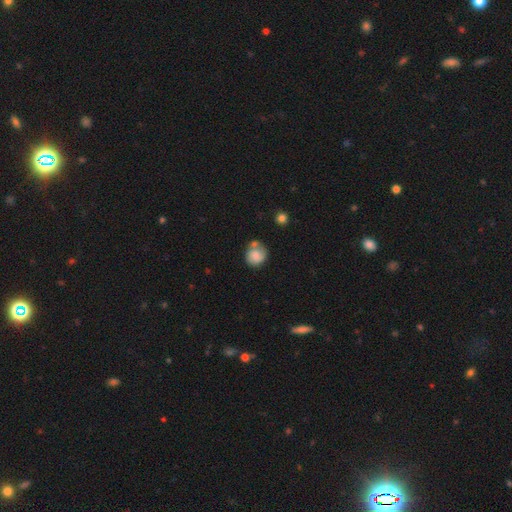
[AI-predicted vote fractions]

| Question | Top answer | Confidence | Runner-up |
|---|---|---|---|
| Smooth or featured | smooth | 74% | featured or disk (18%) |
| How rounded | round | 82% | in between (17%) |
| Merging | none | 51% | merger (22%) |